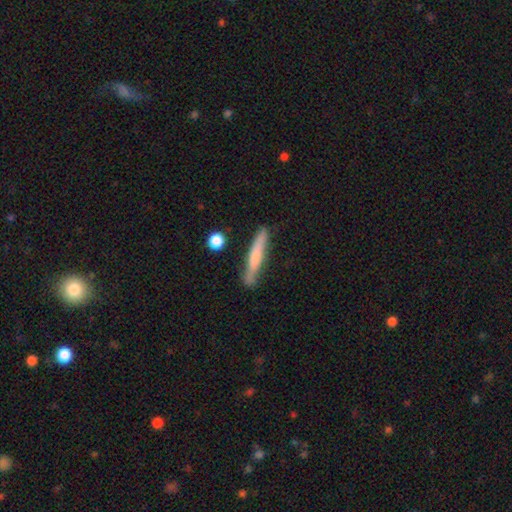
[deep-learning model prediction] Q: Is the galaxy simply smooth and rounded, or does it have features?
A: smooth — 61%.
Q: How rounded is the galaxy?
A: cigar-shaped — 94%.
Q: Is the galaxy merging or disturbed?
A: none — 79%.